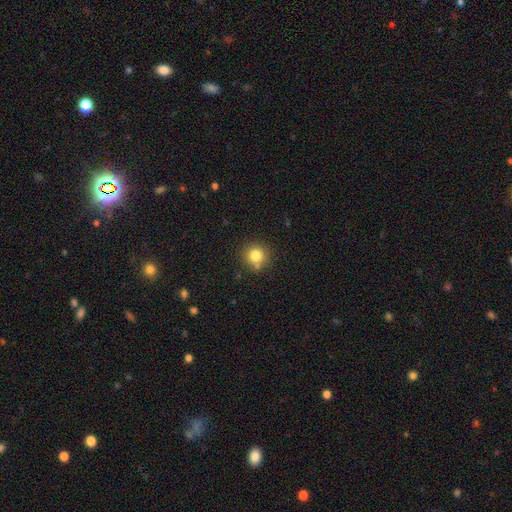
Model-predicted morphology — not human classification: Overall: smooth (81%). How rounded: round (91%). Merging: none (76%).